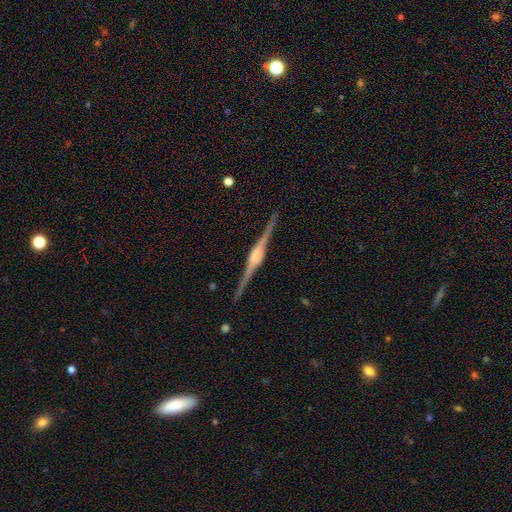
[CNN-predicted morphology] A featured or disk galaxy (89%) viewed edge-on (98%) with a rounded central bulge (75%).

Vote fractions:
- Smooth or featured? featured or disk: 89% / smooth: 6% / star or artifact: 5%
- Edge-on disk? yes: 98% / no: 2%
- Edge-on bulge? rounded: 75% / boxy: 21% / none: 4%
- Merging? none: 90% / minor disturbance: 7% / major disturbance: 2% / merger: 1%